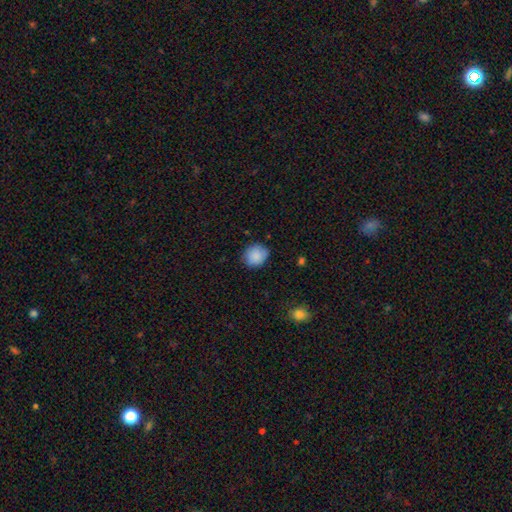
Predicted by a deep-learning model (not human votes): Q: Smooth or featured?
A: smooth (86%); runner-up: star or artifact (8%)
Q: How rounded?
A: round (72%); runner-up: in between (27%)
Q: Merging?
A: none (77%); runner-up: minor disturbance (18%)